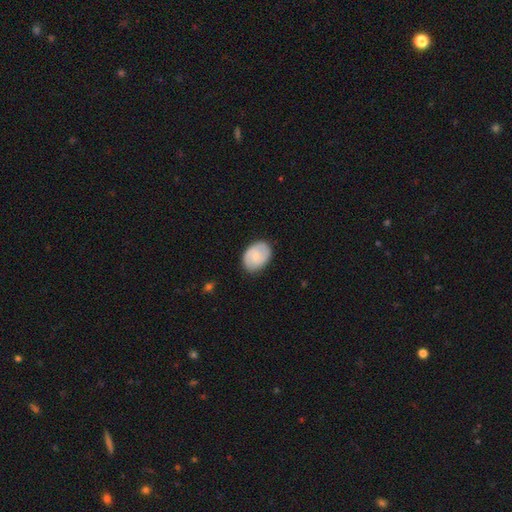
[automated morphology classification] The model was most divided on "smooth or featured" (2-way tie): smooth: 47%, featured or disk: 47%, star or artifact: 6%. More confident: merging — none (81%).